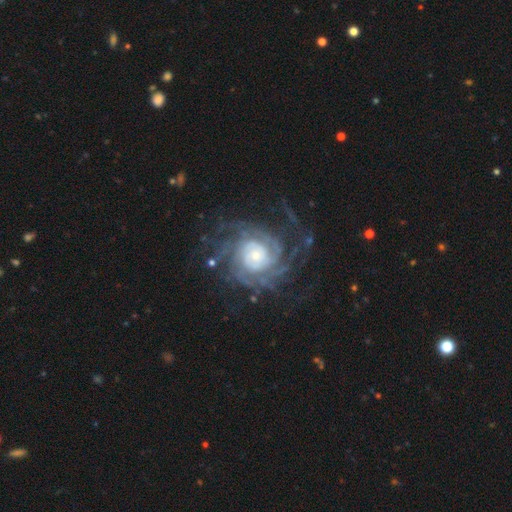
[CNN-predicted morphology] This is clearly a featured or disk galaxy (89%). It is clearly not viewed edge-on (97%). Bar: likely no (76%). Spiral arm pattern: clearly yes (98%). Spiral arm count: marginally can't tell (24%). Spiral winding: likely tight (71%). Central bulge: possibly small (46%). Merging: likely none (68%).